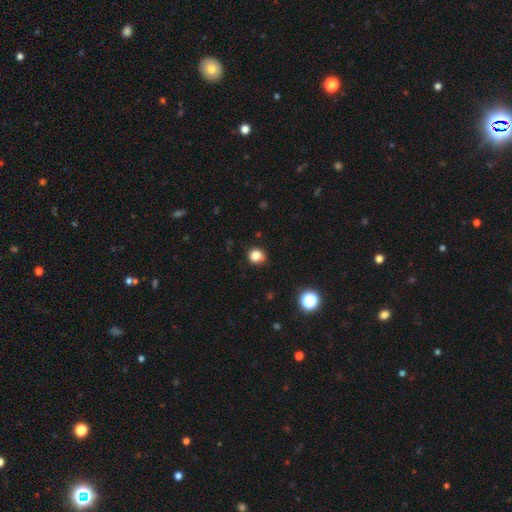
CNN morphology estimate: Smooth or featured?
  - smooth: 83% *
  - star or artifact: 13%
  - featured or disk: 4%
How rounded?
  - round: 86% *
  - in between: 13%
  - cigar-shaped: 1%
Merging?
  - none: 88% *
  - minor disturbance: 9%
  - major disturbance: 2%
  - merger: 1%